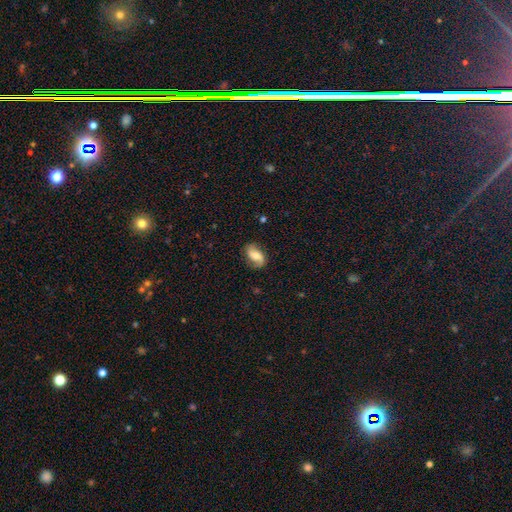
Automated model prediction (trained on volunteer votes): smooth_or_featured: featured or disk (p=0.60) [alt: smooth p=0.32]
disk_edge_on: no (p=0.96) [alt: yes p=0.04]
bar: no (p=0.50) [alt: weak p=0.36]
has_spiral_arms: yes (p=0.92) [alt: no p=0.08]
spiral_winding: loose (p=0.55) [alt: medium p=0.31]
spiral_arm_count: 2 (p=0.84) [alt: 1 p=0.08]
bulge_size: moderate (p=0.51) [alt: small p=0.26]
merging: none (p=0.75) [alt: minor disturbance p=0.18]